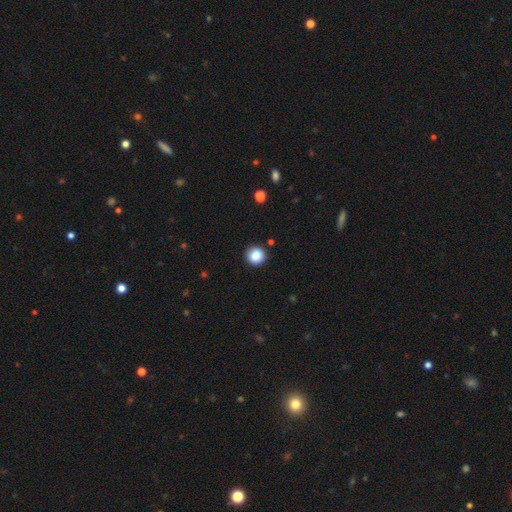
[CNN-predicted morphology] Q: Smooth or featured?
A: smooth (87%); runner-up: star or artifact (10%)
Q: How rounded?
A: round (95%); runner-up: in between (4%)
Q: Merging?
A: none (91%); runner-up: minor disturbance (6%)